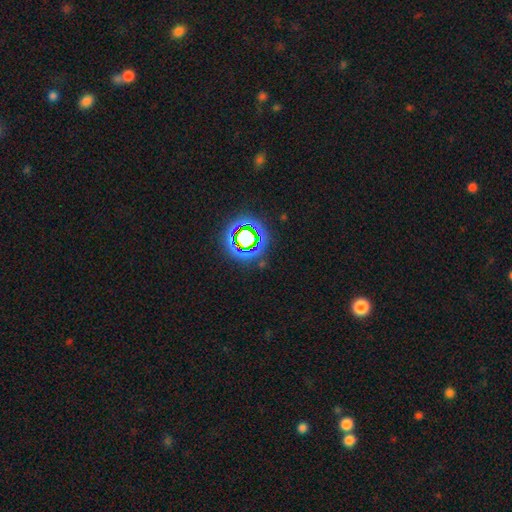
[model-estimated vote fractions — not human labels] smooth_or_featured: star or artifact (p=0.77) [alt: smooth p=0.14]